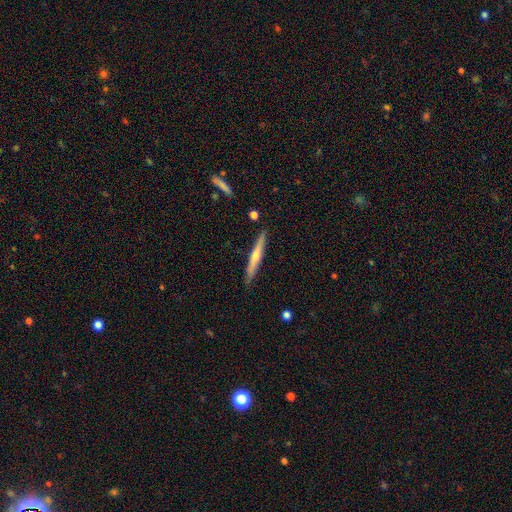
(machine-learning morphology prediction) featured or disk 60%, smooth 34%, star or artifact 6%. Down the decision tree: edge-on disk — yes (96%); edge-on bulge — rounded (79%); merging — none (88%).